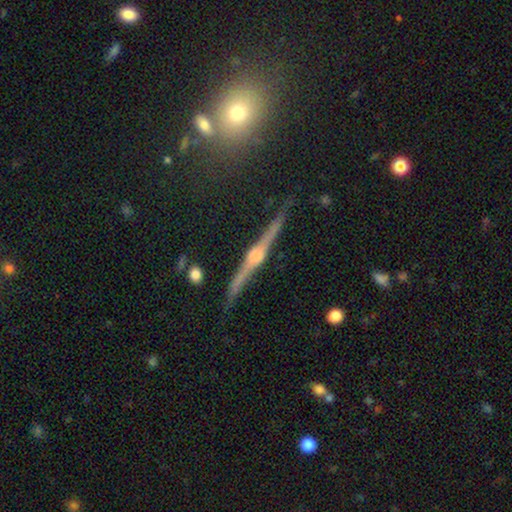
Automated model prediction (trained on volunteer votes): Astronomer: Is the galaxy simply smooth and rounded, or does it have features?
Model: featured or disk — 85%.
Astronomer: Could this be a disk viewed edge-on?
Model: yes — 98%.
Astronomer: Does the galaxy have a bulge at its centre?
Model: rounded — 92%.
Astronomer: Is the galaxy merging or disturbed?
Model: none — 87%.